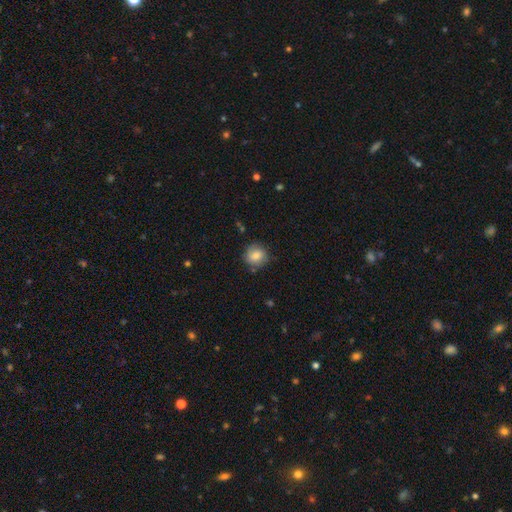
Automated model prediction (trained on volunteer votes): smooth_or_featured: smooth (p=0.74) [alt: featured or disk p=0.17]
how_rounded: round (p=0.86) [alt: in between p=0.13]
merging: none (p=0.78) [alt: minor disturbance p=0.16]